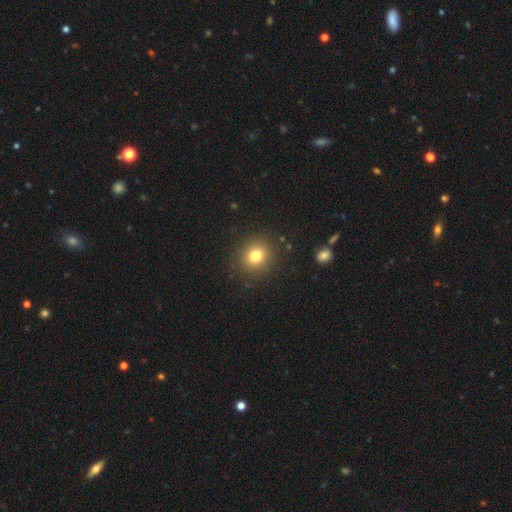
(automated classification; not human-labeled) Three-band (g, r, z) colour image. It shows a smooth galaxy with no disk features (78%) that is round (84%). Merging: none (88%).